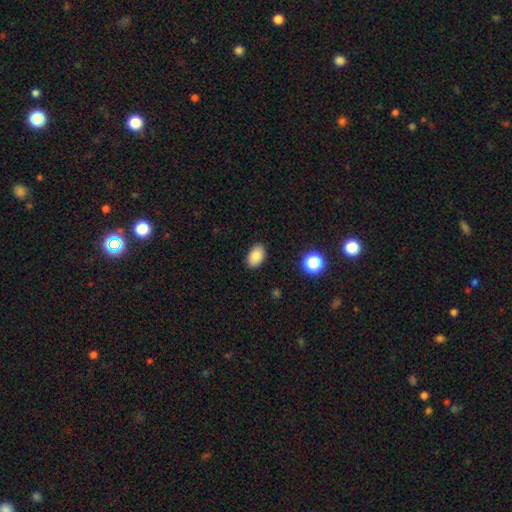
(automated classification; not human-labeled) Smooth or featured: smooth — 84% (star or artifact — 9%)
How rounded: in between — 88% (round — 11%)
Merging: none — 87% (minor disturbance — 9%)